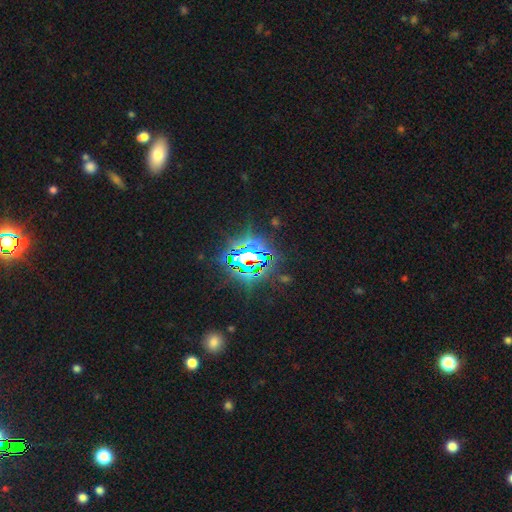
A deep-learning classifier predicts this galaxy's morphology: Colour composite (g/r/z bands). It shows a star or artifact, not a galaxy (83%).